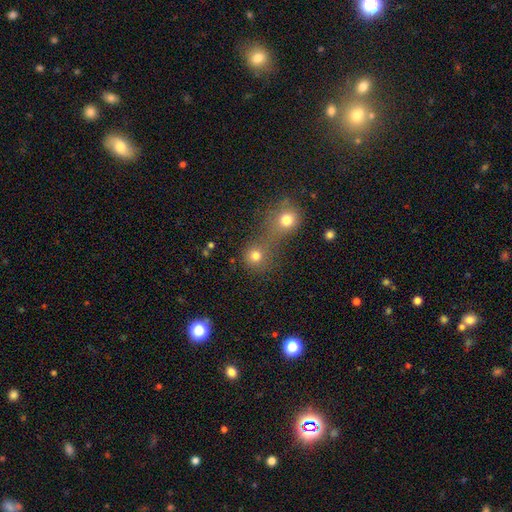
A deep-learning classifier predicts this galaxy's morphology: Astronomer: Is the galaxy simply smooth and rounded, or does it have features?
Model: smooth — 77%.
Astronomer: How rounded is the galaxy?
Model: round — 89%.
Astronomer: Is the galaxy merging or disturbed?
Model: merger — 46% (runner-up: none, 44%).